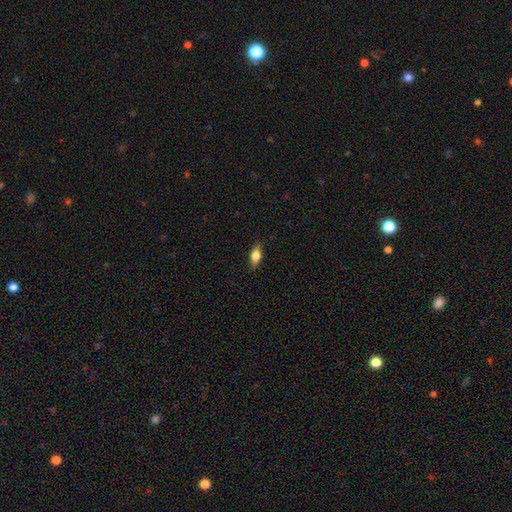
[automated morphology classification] Smooth or featured? Predicted: smooth (p=0.63). How rounded? Predicted: in between (p=0.74). Merging? Predicted: none (p=0.86).